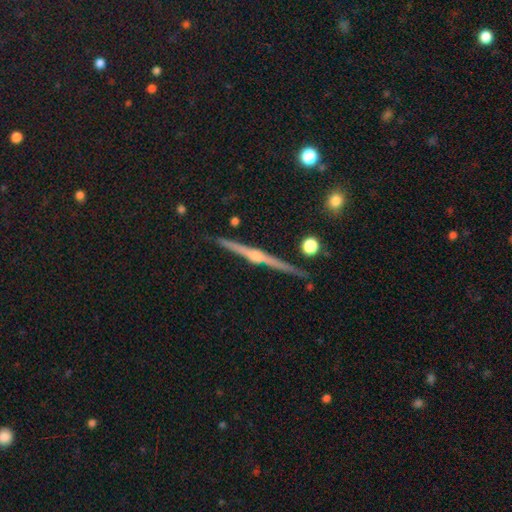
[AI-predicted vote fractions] smooth-or-featured: featured or disk: 86% | smooth: 8% | star or artifact: 7%
  disk-edge-on: yes: 99% | no: 1%
    edge-on-bulge: rounded: 90% | none: 6% | boxy: 5%
  merging: none: 91% | minor disturbance: 6% | merger: 2% | major disturbance: 1%